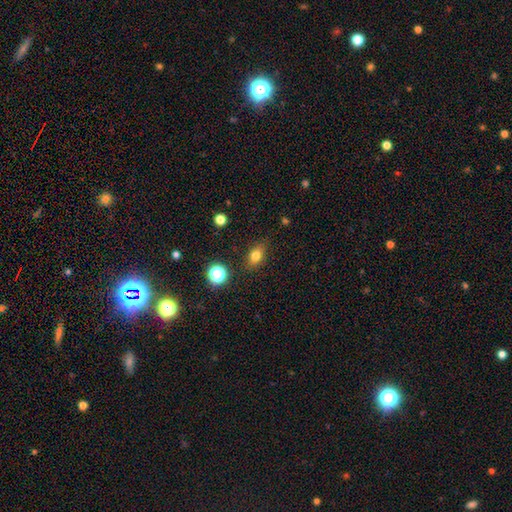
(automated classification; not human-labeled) Smooth or featured: smooth — 79% (star or artifact — 12%)
How rounded: in between — 72% (round — 25%)
Merging: none — 83% (minor disturbance — 12%)